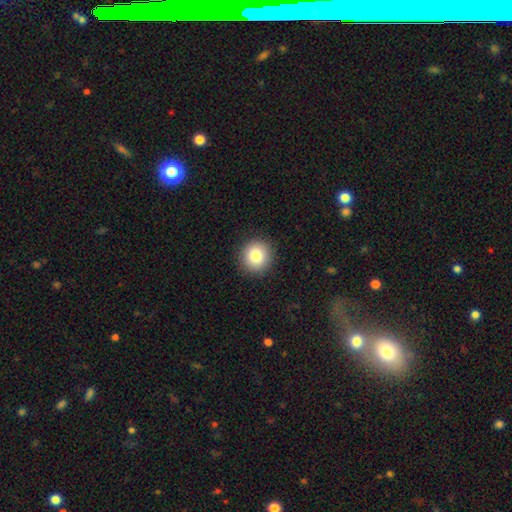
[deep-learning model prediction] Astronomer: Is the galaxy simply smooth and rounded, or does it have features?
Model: smooth — 83%.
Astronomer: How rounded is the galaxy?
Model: round — 93%.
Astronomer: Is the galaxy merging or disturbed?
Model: none — 92%.